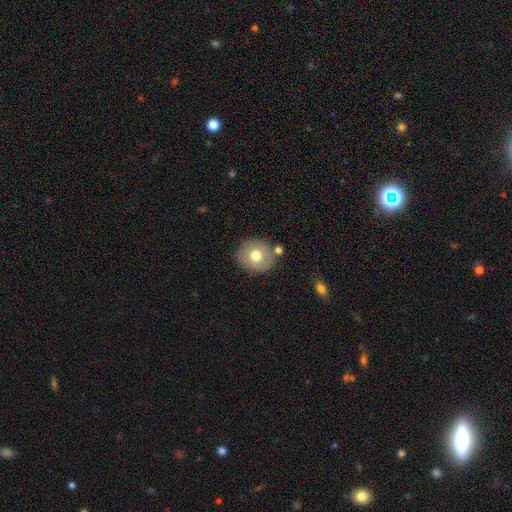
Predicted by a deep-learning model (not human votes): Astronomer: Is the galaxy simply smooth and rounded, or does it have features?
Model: smooth — 72%.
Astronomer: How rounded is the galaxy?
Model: round — 89%.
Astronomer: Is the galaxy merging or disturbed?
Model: none — 81%.